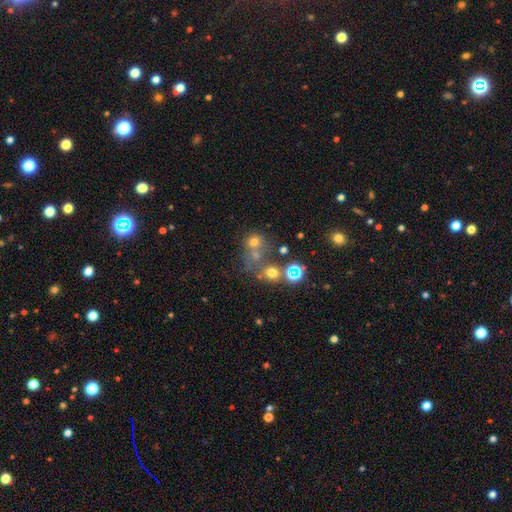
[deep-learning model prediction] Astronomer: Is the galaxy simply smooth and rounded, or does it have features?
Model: smooth — 49% (runner-up: star or artifact, 32%).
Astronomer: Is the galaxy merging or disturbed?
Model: merger — 43% (runner-up: none, 40%).